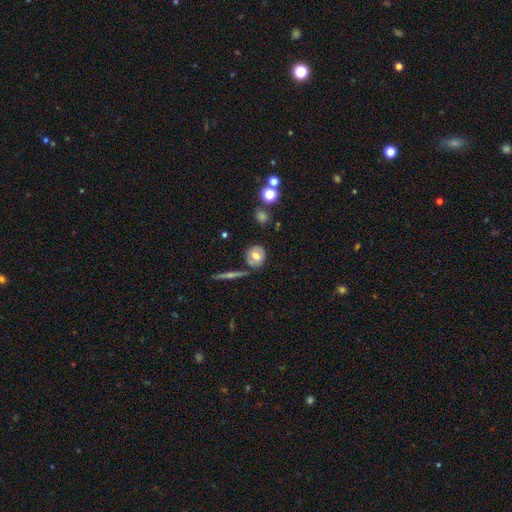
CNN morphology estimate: smooth 62%, featured or disk 29%, star or artifact 9%. Down the decision tree: how rounded — round (70%); merging — none (74%).